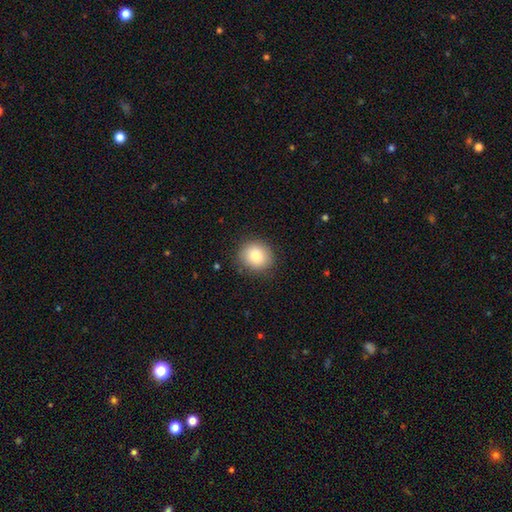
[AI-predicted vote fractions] The model was most divided on "how rounded": round: 84%, in between: 15%, cigar-shaped: 1%. More confident: merging — none (88%); smooth or featured — smooth (83%).